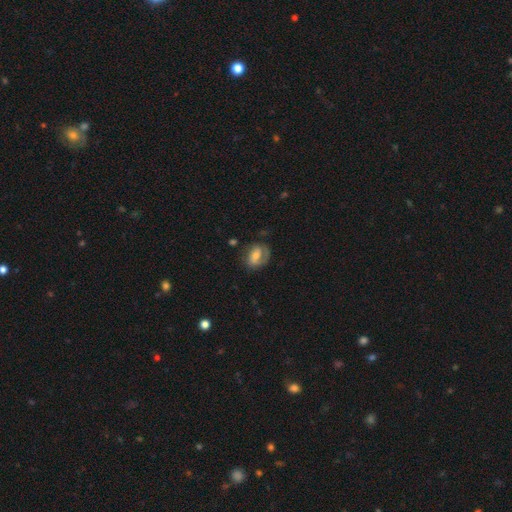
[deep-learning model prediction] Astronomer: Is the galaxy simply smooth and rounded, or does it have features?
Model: featured or disk — 51% (runner-up: smooth, 41%).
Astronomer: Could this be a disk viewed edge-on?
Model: no — 95%.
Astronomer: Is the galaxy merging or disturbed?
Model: none — 62%.